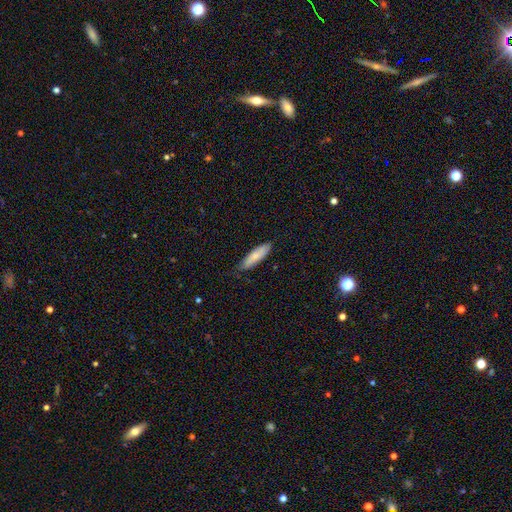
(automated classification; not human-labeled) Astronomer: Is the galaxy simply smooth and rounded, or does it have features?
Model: smooth — 76%.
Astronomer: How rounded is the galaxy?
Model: cigar-shaped — 61% (runner-up: in between, 37%).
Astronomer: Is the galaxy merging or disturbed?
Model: none — 77%.